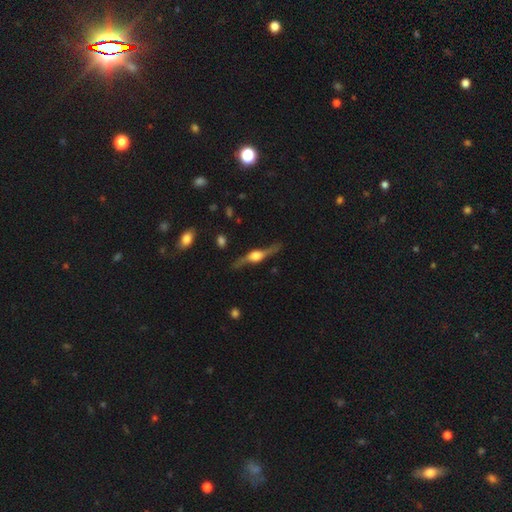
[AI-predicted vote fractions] Morphology: type=featured or disk (83%); edge-on=yes (93%); edge-on bulge=rounded (92%); merging=none (80%).